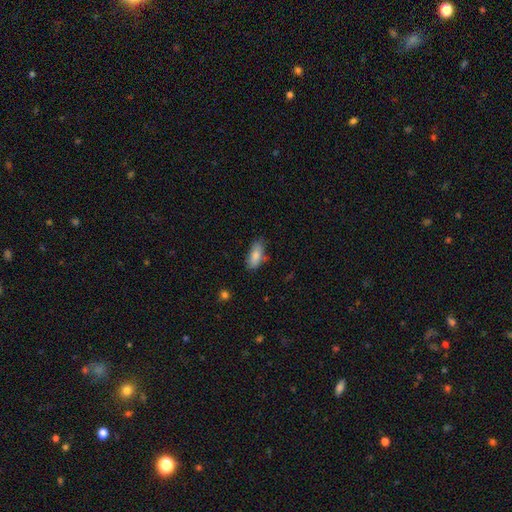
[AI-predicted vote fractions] Q: Smooth or featured?
A: smooth (82%); runner-up: featured or disk (11%)
Q: How rounded?
A: in between (80%); runner-up: cigar-shaped (17%)
Q: Merging?
A: none (71%); runner-up: minor disturbance (22%)